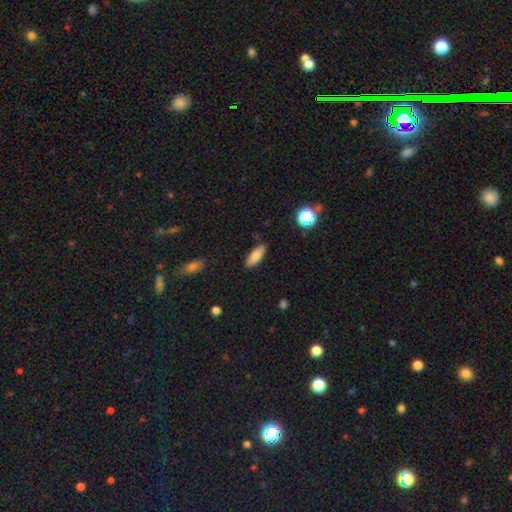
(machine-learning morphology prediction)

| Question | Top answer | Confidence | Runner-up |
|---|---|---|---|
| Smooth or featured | smooth | 83% | featured or disk (9%) |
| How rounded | in between | 72% | cigar-shaped (26%) |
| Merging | none | 86% | minor disturbance (10%) |